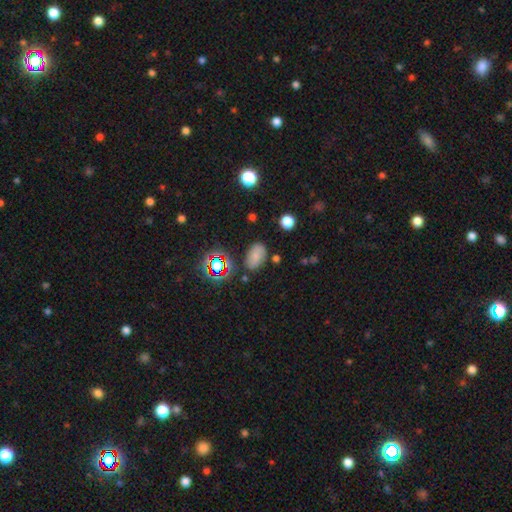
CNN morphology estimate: Smooth or featured? Predicted: smooth (p=0.67). How rounded? Predicted: in between (p=0.89). Merging? Predicted: none (p=0.74).